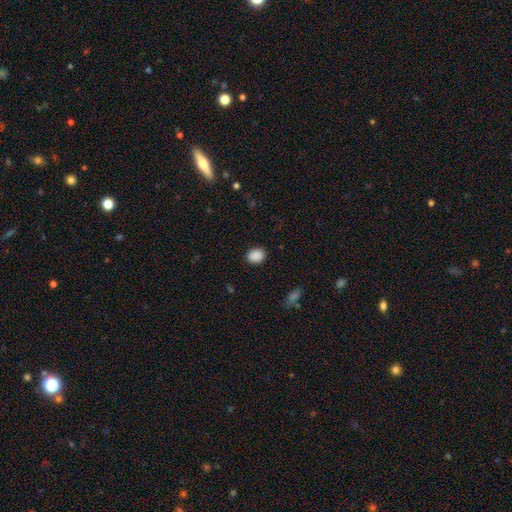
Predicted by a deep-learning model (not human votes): Morphology: type=smooth (89%); roundness=in between (53%); merging=none (88%).